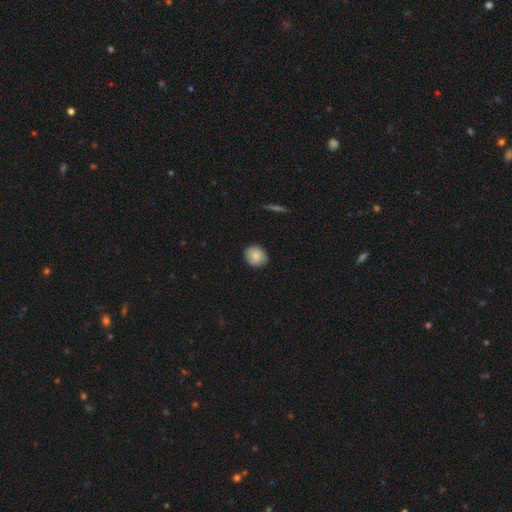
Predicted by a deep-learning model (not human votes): Morphology: type=smooth (84%); roundness=round (73%); merging=none (87%).